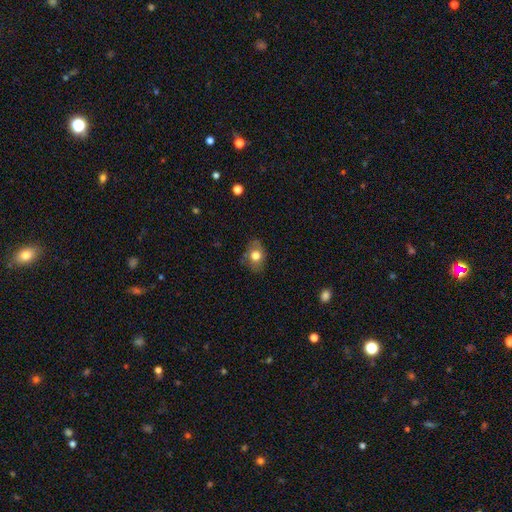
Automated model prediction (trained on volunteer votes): Smooth or featured? Predicted: smooth (p=0.73). How rounded? Predicted: in between (p=0.62). Merging? Predicted: none (p=0.72).